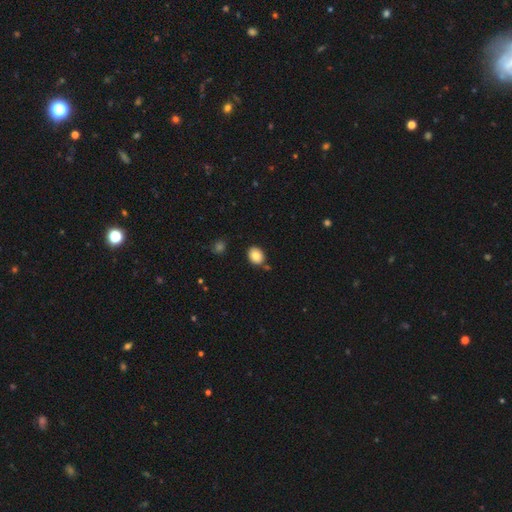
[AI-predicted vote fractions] smooth 83%, star or artifact 9%, featured or disk 8%. Down the decision tree: how rounded — in between (54%); merging — none (83%).